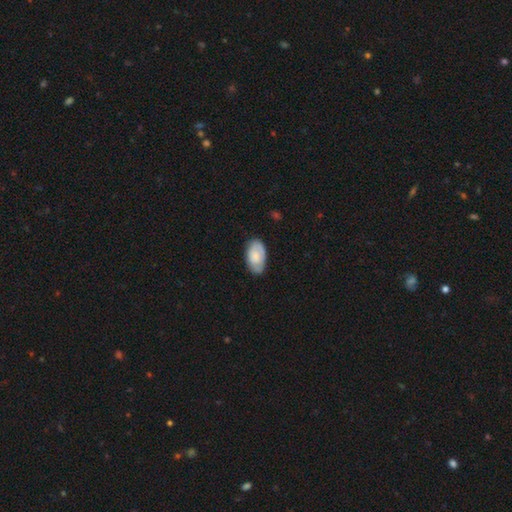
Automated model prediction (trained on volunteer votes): Q: Smooth or featured?
A: smooth (68%); runner-up: featured or disk (26%)
Q: How rounded?
A: in between (94%); runner-up: round (4%)
Q: Merging?
A: none (73%); runner-up: minor disturbance (22%)